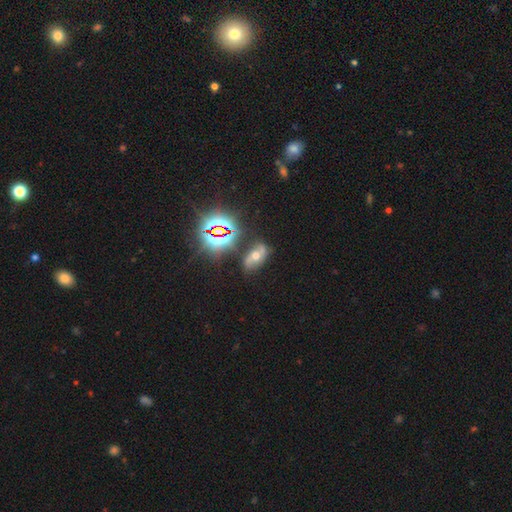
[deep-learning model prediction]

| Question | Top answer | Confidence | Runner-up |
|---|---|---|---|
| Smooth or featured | featured or disk | 45% | star or artifact (29%) |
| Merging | none | 68% | minor disturbance (18%) |